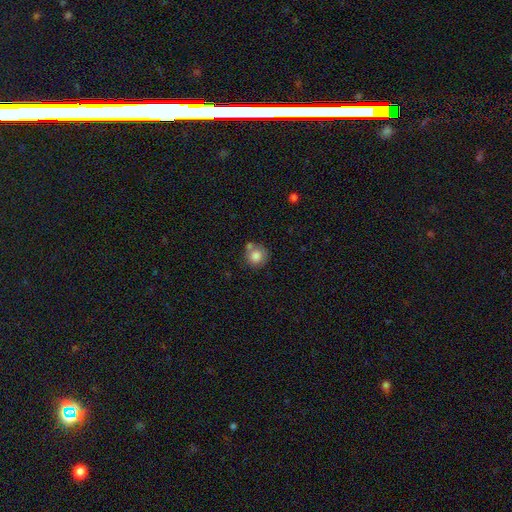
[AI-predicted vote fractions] smooth 81%, featured or disk 10%, star or artifact 9%. Down the decision tree: how rounded — round (90%); merging — none (60%).